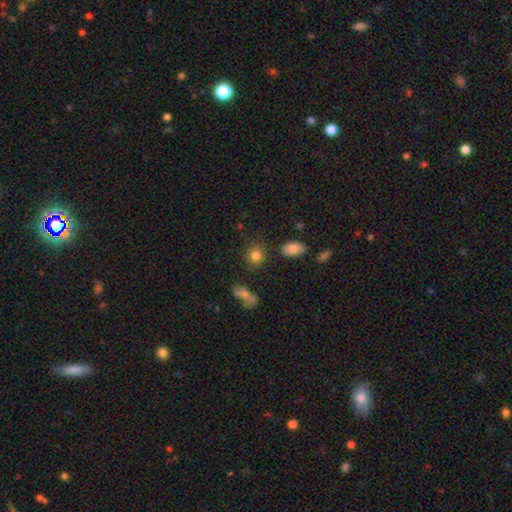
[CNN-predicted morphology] This appears to be a smooth galaxy with no disk features (82%) that is round (76%). Merging: none (77%).